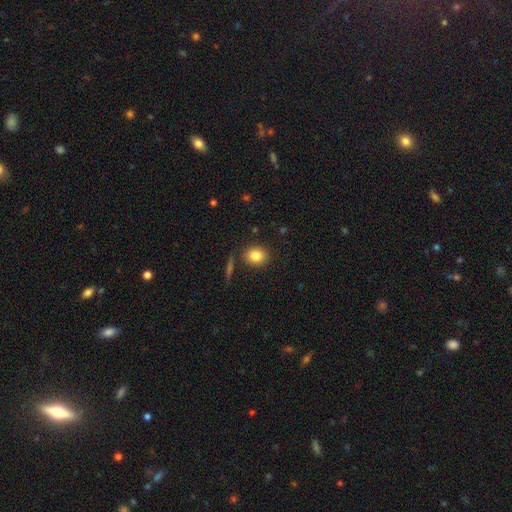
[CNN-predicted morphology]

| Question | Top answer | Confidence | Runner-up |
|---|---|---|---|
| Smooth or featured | smooth | 83% | star or artifact (10%) |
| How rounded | round | 69% | in between (29%) |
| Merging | none | 86% | minor disturbance (8%) |